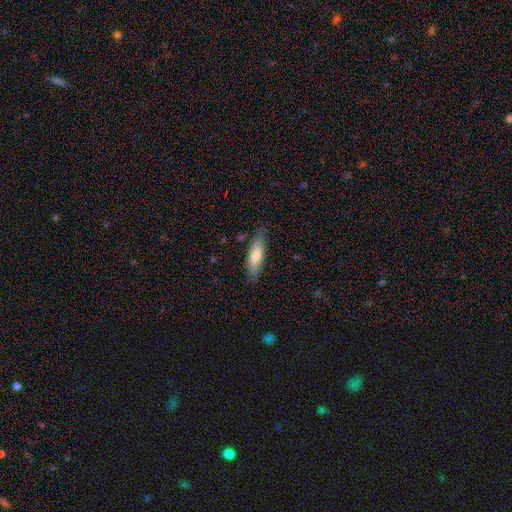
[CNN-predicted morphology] Smooth or featured? Predicted: smooth (p=0.68). How rounded? Predicted: cigar-shaped (p=0.62). Merging? Predicted: none (p=0.81).